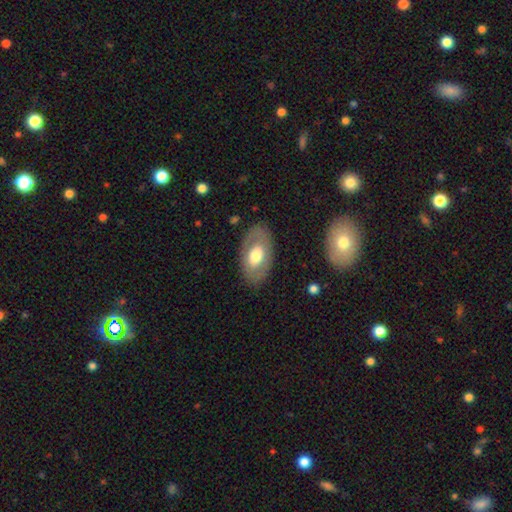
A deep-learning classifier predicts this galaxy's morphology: smooth-or-featured: smooth: 54% | featured or disk: 40% | star or artifact: 6%
  how-rounded: in between: 91% | round: 7% | cigar-shaped: 1%
  merging: none: 82% | minor disturbance: 12% | major disturbance: 5% | merger: 1%